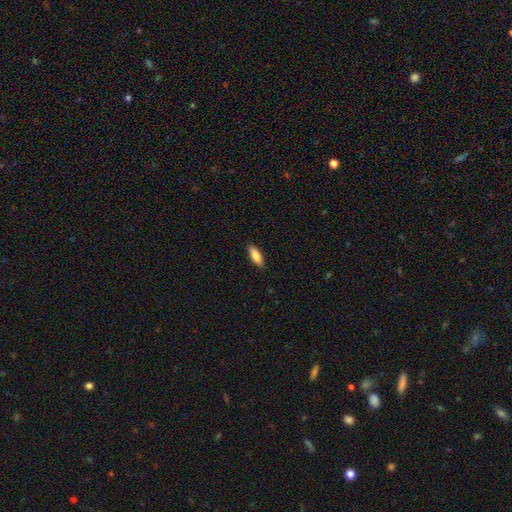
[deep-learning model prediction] Smooth or featured: smooth — 84% (featured or disk — 10%)
How rounded: in between — 64% (cigar-shaped — 34%)
Merging: none — 88% (minor disturbance — 9%)